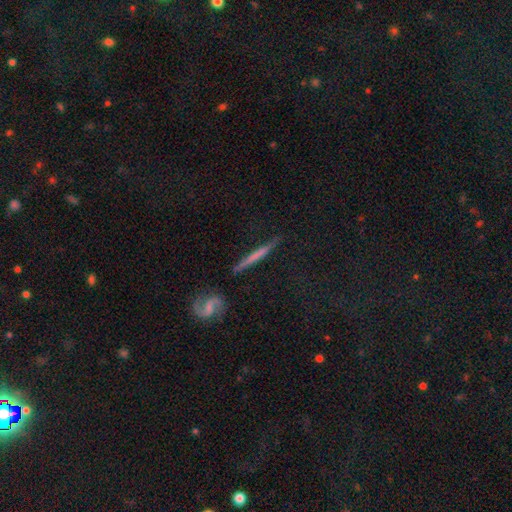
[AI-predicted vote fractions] smooth_or_featured: featured or disk (p=0.57) [alt: smooth p=0.35]
disk_edge_on: yes (p=0.88) [alt: no p=0.12]
edge_on_bulge: none (p=0.82) [alt: rounded p=0.11]
merging: none (p=0.79) [alt: minor disturbance p=0.14]